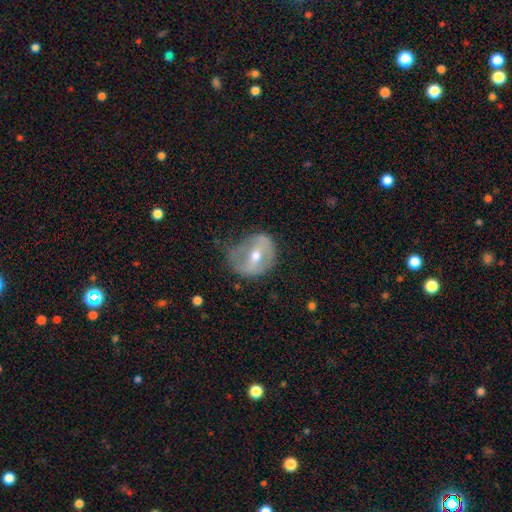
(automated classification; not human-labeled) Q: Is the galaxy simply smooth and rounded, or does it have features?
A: featured or disk — 63%.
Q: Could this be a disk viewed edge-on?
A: no — 93%.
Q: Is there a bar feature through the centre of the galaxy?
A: strong — 43%.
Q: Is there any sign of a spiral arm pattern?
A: no — 54%.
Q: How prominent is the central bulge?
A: moderate — 70%.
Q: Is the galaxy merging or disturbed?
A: none — 53%.